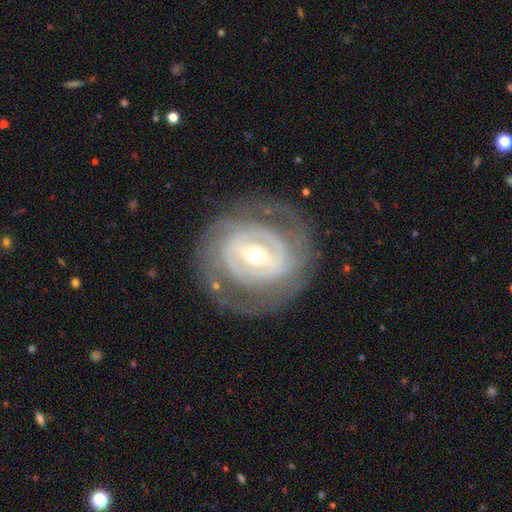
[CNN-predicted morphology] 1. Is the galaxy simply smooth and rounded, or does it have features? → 87% featured or disk, 8% smooth, 5% star or artifact.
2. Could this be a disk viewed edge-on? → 96% no, 4% yes.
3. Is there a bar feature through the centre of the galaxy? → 40% strong, 39% weak, 21% no.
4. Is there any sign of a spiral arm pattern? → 90% yes, 10% no.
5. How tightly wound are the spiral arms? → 67% tight, 26% medium, 7% loose.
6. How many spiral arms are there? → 35% 2, 31% can't tell, 16% 3, 8% 4, 5% 1, 5% more than 4.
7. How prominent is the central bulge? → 58% small, 38% moderate, 2% large, 1% dominant, 1% none.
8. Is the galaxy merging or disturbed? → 75% none, 14% minor disturbance, 9% major disturbance, 1% merger.